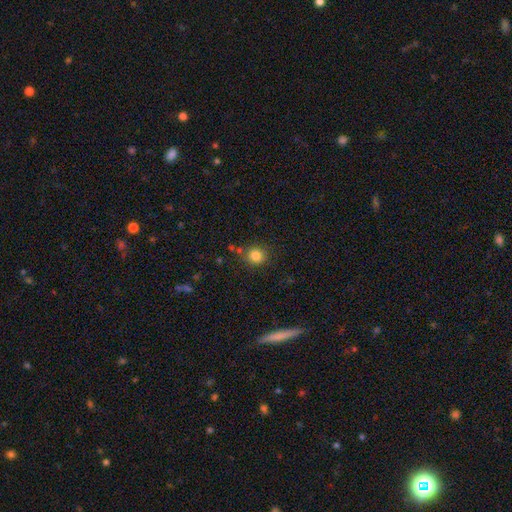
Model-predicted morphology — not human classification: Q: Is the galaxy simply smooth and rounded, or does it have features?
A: smooth — 84%.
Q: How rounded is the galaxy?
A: round — 85%.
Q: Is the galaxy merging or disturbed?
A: none — 79%.